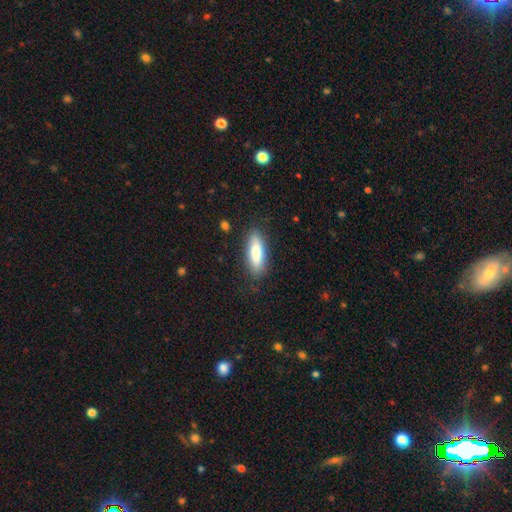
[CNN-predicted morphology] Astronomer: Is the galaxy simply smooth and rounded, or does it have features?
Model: smooth — 82%.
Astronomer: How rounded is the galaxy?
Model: in between — 59% (runner-up: cigar-shaped, 39%).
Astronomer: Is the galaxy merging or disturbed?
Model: none — 83%.